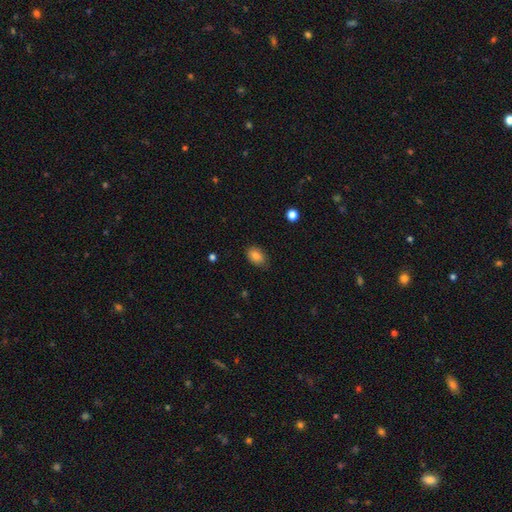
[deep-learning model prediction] Smooth or featured: smooth — 84% (star or artifact — 9%)
How rounded: in between — 84% (round — 14%)
Merging: none — 78% (minor disturbance — 18%)